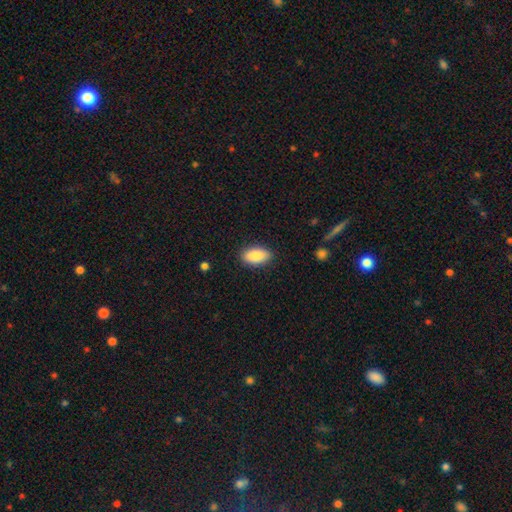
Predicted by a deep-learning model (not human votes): The model was most divided on "merging": none: 88%, minor disturbance: 9%, major disturbance: 2%, merger: 1%. More confident: how rounded — in between (92%); smooth or featured — smooth (88%).